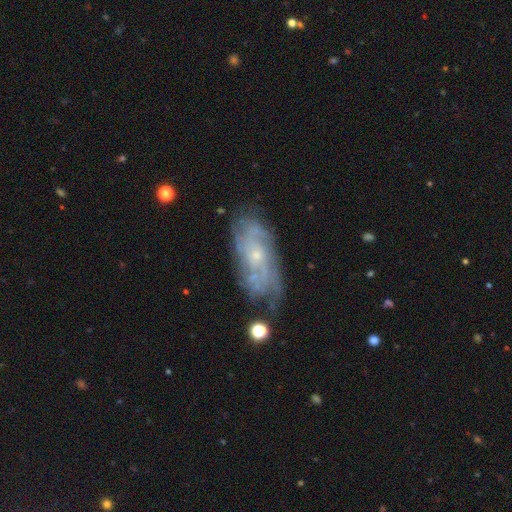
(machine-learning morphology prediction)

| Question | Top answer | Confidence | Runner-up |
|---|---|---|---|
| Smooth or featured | featured or disk | 76% | smooth (17%) |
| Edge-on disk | no | 92% | yes (8%) |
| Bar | no | 76% | weak (21%) |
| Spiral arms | yes | 86% | no (14%) |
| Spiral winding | tight | 62% | medium (29%) |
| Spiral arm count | can't tell | 53% | 2 (13%) |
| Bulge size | small | 76% | moderate (18%) |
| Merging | none | 65% | minor disturbance (22%) |